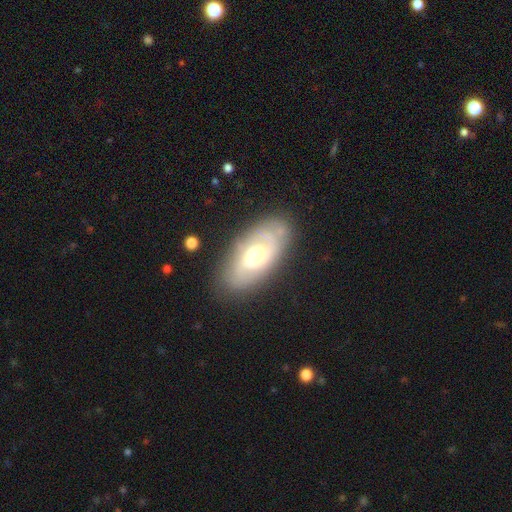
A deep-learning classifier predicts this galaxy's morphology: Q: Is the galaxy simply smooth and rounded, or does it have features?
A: featured or disk — 58%.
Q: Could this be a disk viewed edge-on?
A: no — 89%.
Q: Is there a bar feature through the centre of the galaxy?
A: no — 66%.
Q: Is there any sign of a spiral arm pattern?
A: yes — 55%.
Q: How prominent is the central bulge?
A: moderate — 59%.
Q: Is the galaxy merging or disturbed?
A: none — 76%.